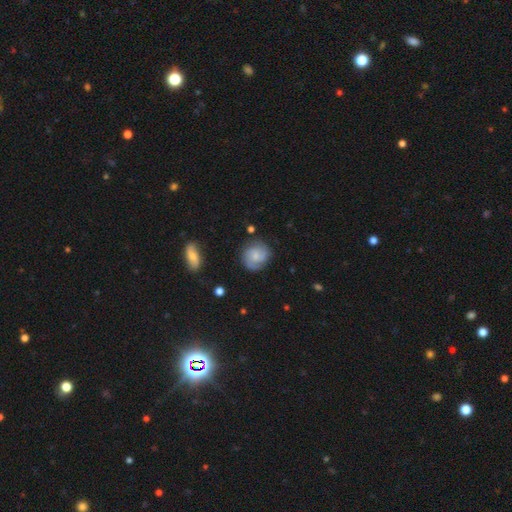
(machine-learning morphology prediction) A featured or disk galaxy (59%) with no bar (58%), 2 (69%) medium (42%) spiral arms (92%) and a small central bulge (49%).

Vote fractions:
- Smooth or featured? featured or disk: 59% / smooth: 34% / star or artifact: 7%
- Edge-on disk? no: 97% / yes: 3%
- Bar? no: 58% / weak: 37% / strong: 5%
- Spiral arms? yes: 92% / no: 8%
- Spiral winding? medium: 42% / tight: 41% / loose: 17%
- Spiral arm count? 2: 69% / can't tell: 14% / 1: 7% / 3: 6% / 4: 2% / more than 4: 2%
- Bulge size? small: 49% / moderate: 29% / none: 17% / large: 3% / dominant: 1%
- Merging? none: 75% / minor disturbance: 17% / major disturbance: 6% / merger: 2%